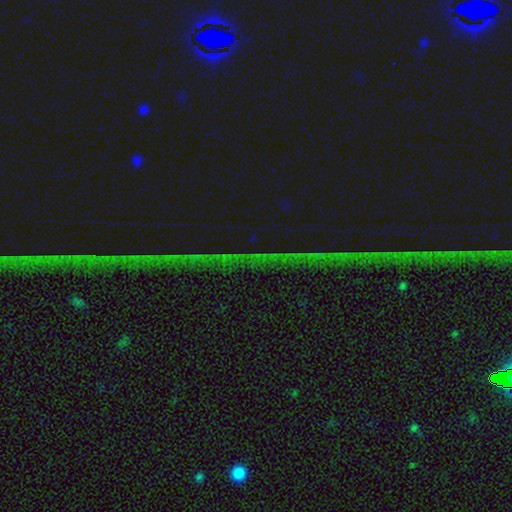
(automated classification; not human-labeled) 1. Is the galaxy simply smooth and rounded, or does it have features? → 85% star or artifact, 9% featured or disk, 6% smooth.